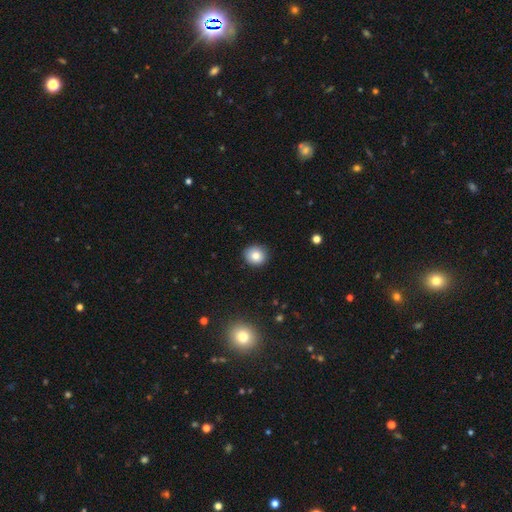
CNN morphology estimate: This appears to be a smooth galaxy with no disk features (81%) that is round (85%). Merging: none (90%).